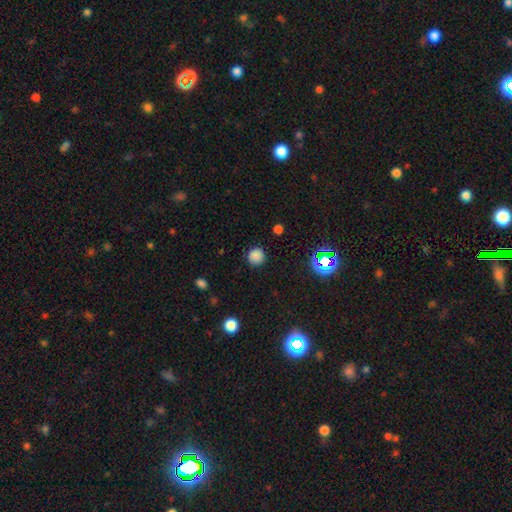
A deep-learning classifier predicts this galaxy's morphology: type=smooth (80%); roundness=round (93%); merging=none (87%).